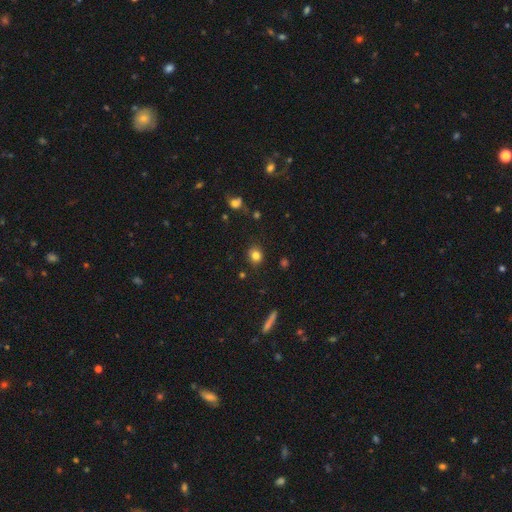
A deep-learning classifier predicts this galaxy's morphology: This is clearly a smooth galaxy (82%). How rounded: likely round (78%). Merging: clearly none (87%).